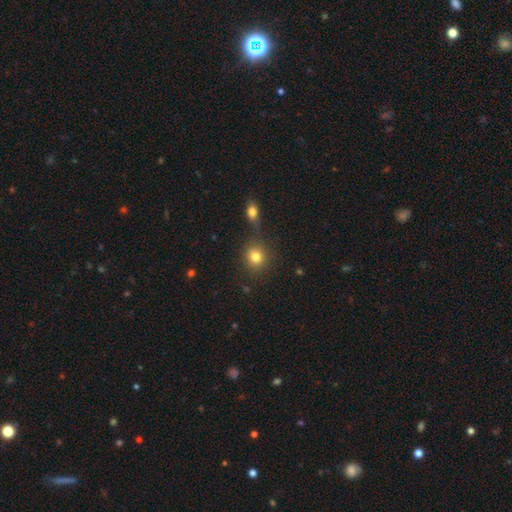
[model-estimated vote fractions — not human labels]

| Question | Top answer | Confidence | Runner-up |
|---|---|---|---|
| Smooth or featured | smooth | 80% | star or artifact (12%) |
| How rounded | round | 80% | in between (19%) |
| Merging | none | 71% | merger (15%) |